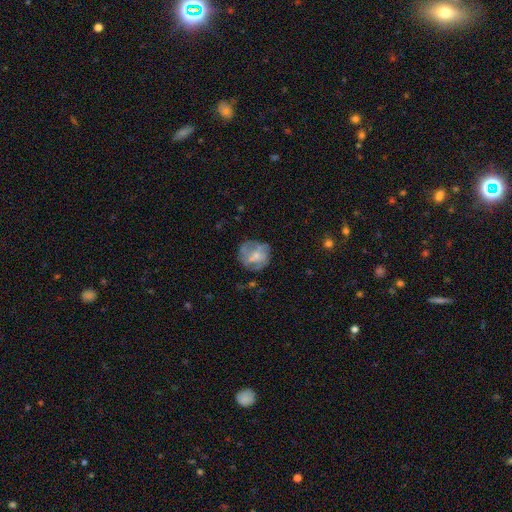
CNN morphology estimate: type=featured or disk (51%); edge-on=no (97%); merging=none (60%).